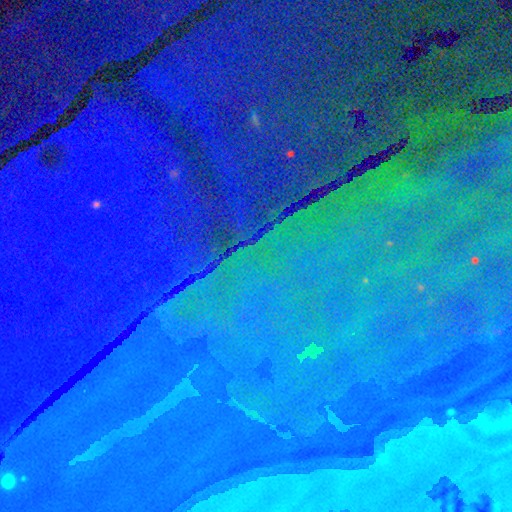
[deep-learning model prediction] A star or artifact, not a galaxy (86%).